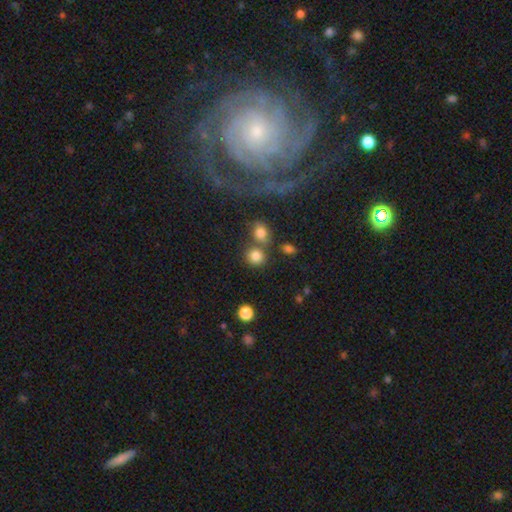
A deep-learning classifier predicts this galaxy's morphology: smooth-or-featured: smooth: 82% | star or artifact: 12% | featured or disk: 6%
  how-rounded: round: 82% | in between: 17% | cigar-shaped: 1%
  merging: none: 62% | merger: 24% | minor disturbance: 9% | major disturbance: 4%